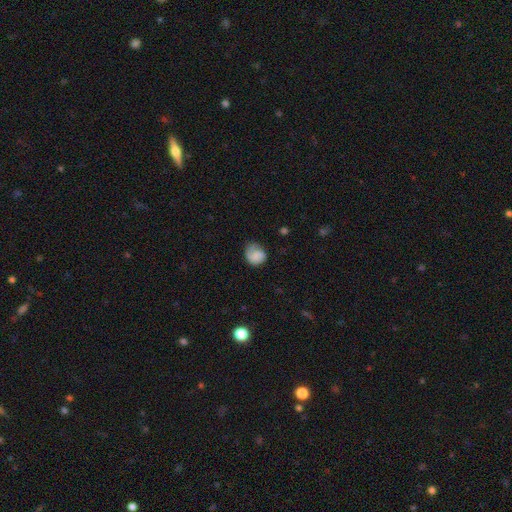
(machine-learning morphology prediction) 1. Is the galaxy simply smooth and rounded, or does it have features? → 64% smooth, 28% featured or disk, 8% star or artifact.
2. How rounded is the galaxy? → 70% round, 29% in between, 1% cigar-shaped.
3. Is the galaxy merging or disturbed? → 53% none, 30% minor disturbance, 16% major disturbance, 2% merger.